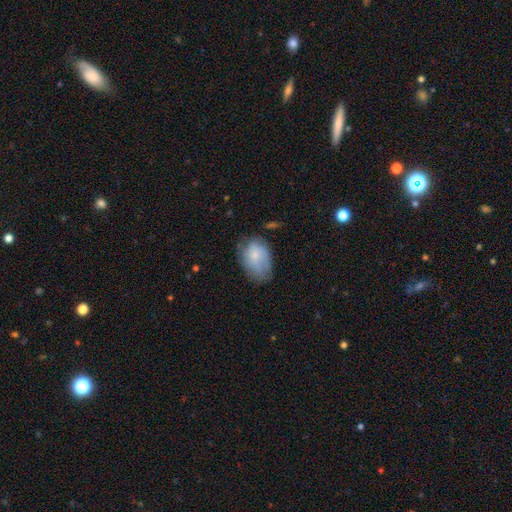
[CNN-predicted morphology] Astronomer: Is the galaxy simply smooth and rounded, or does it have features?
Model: smooth — 73%.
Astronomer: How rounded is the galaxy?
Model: in between — 85%.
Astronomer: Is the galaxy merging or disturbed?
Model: none — 50% (runner-up: minor disturbance, 34%).